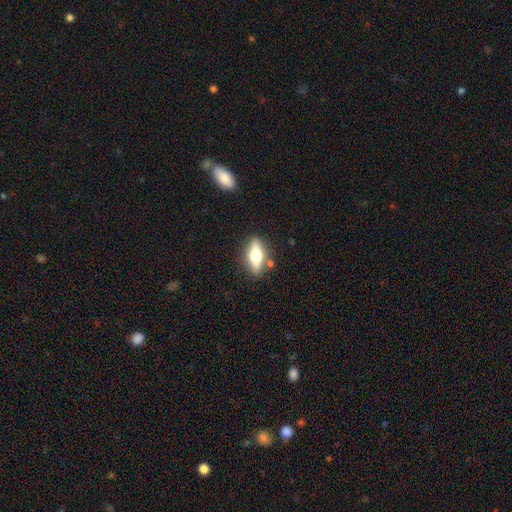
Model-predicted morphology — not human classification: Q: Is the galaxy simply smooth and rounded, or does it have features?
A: featured or disk — 52%.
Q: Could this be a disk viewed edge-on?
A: yes — 87%.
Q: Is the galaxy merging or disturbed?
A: none — 84%.